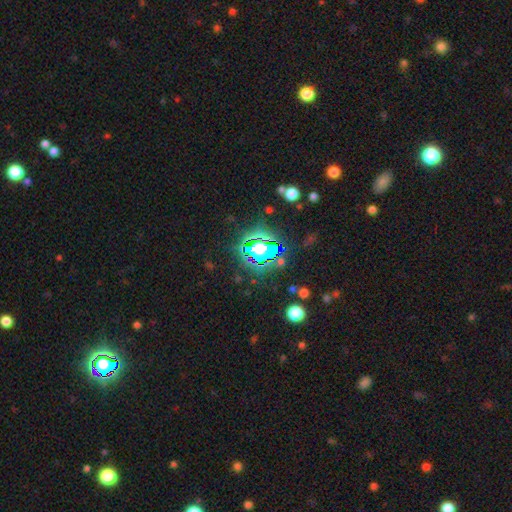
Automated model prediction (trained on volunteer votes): star or artifact 76%, smooth 15%, featured or disk 9%.